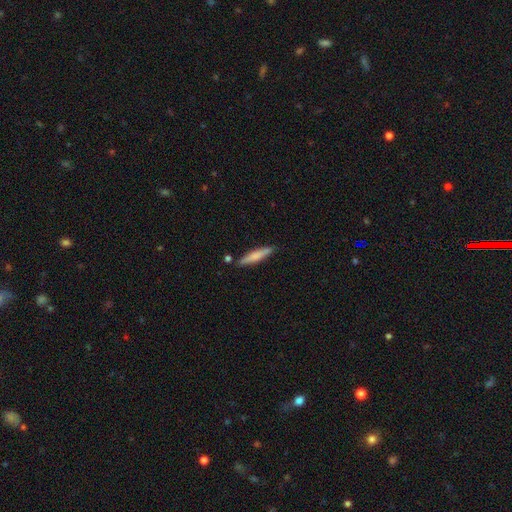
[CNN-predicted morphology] A smooth galaxy with no disk features (65%) that is cigar-shaped (88%).

Vote fractions:
- Smooth or featured? smooth: 65% / featured or disk: 29% / star or artifact: 6%
- How rounded? cigar-shaped: 88% / in between: 11% / round: 2%
- Merging? none: 83% / minor disturbance: 11% / merger: 4% / major disturbance: 2%